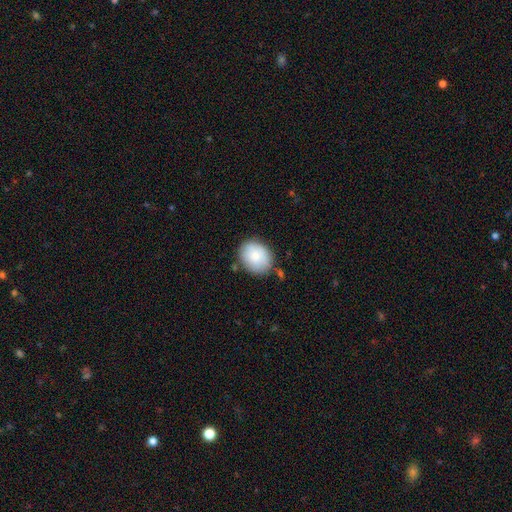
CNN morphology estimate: Smooth or featured? smooth (83%)
How rounded? round (54%)
Merging? none (77%)